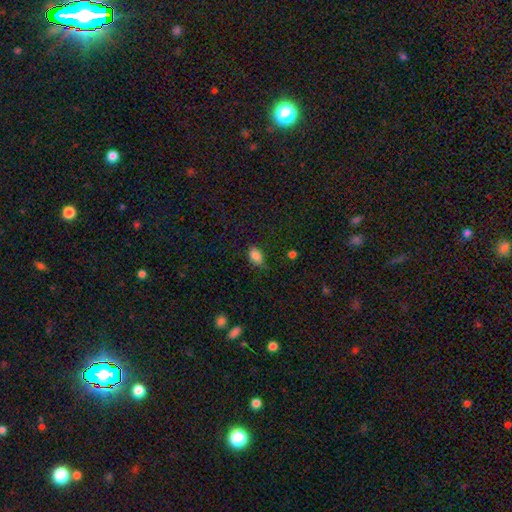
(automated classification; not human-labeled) Smooth or featured? Predicted: smooth (p=0.84). How rounded? Predicted: in between (p=0.85). Merging? Predicted: none (p=0.69).